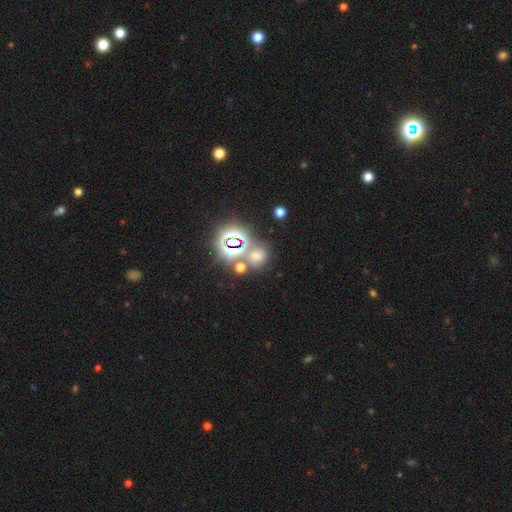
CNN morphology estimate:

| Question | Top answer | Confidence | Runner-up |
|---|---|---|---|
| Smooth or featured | star or artifact | 53% | smooth (38%) |